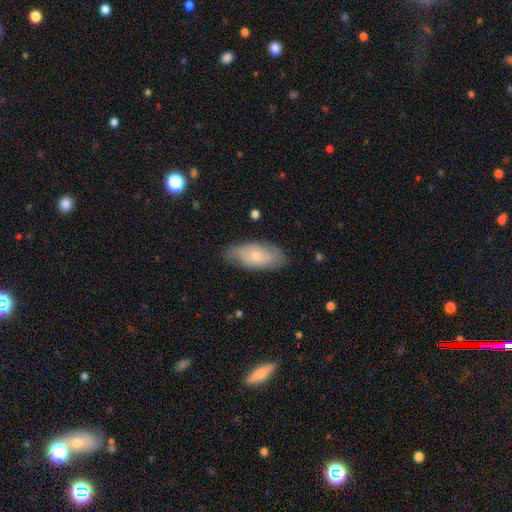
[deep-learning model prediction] Q: Smooth or featured?
A: smooth (50%); runner-up: featured or disk (44%)
Q: How rounded?
A: in between (86%); runner-up: cigar-shaped (11%)
Q: Merging?
A: none (75%); runner-up: minor disturbance (20%)